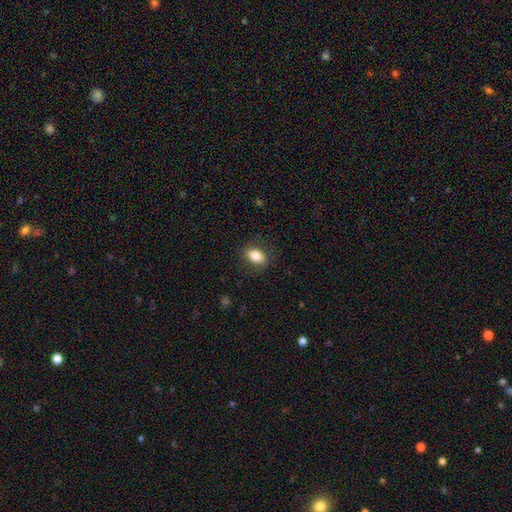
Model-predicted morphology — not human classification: The model was most divided on "how rounded": in between: 79%, round: 19%, cigar-shaped: 2%. More confident: merging — none (83%); smooth or featured — smooth (82%).